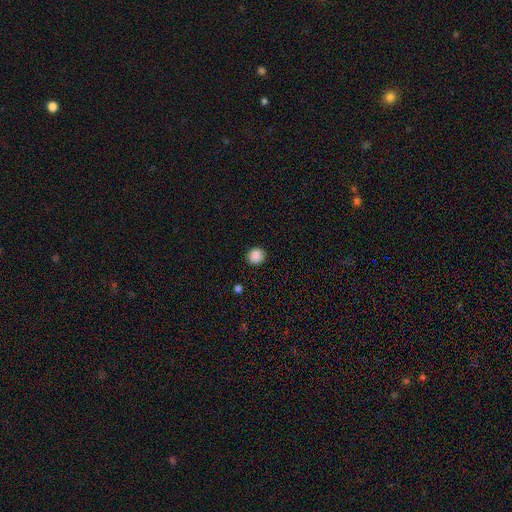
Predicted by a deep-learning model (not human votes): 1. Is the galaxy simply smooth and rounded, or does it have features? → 88% smooth, 9% star or artifact, 3% featured or disk.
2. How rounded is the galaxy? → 84% round, 16% in between, 1% cigar-shaped.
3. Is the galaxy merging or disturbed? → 90% none, 7% minor disturbance, 2% major disturbance, 1% merger.